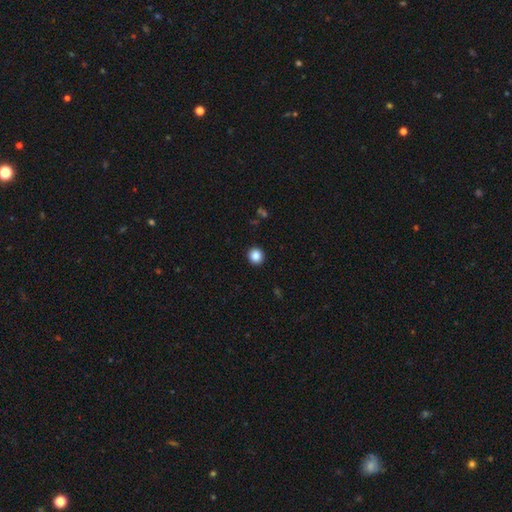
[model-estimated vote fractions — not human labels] smooth_or_featured: smooth (p=0.86) [alt: star or artifact p=0.10]
how_rounded: round (p=0.93) [alt: in between p=0.06]
merging: none (p=0.93) [alt: minor disturbance p=0.04]